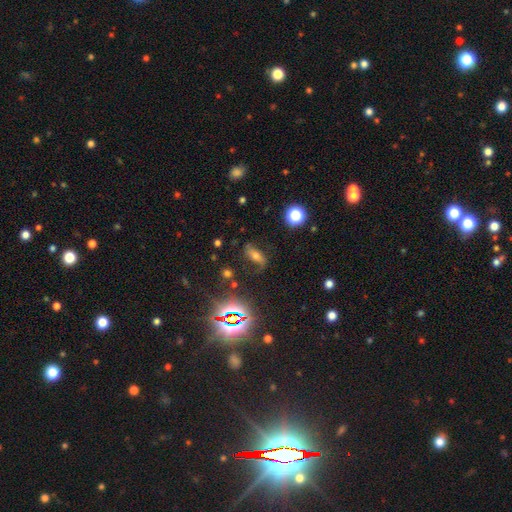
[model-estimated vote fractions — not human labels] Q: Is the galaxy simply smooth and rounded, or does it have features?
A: featured or disk — 45%.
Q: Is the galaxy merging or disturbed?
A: none — 68%.